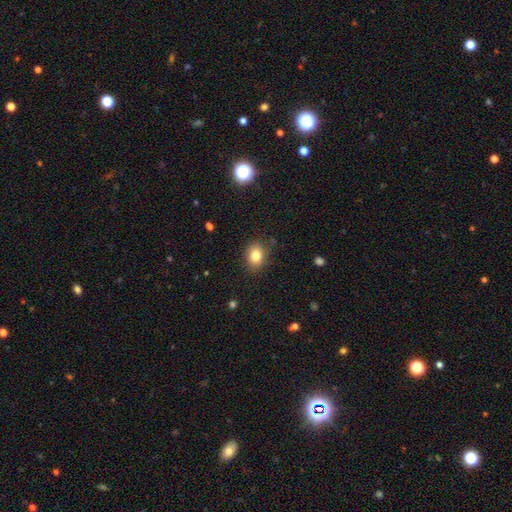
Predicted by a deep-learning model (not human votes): A smooth galaxy with no disk features (81%) that is in between round and cigar-shaped (59%).

Vote fractions:
- Smooth or featured? smooth: 81% / star or artifact: 11% / featured or disk: 8%
- How rounded? in between: 59% / round: 40% / cigar-shaped: 1%
- Merging? none: 85% / minor disturbance: 11% / major disturbance: 3% / merger: 1%